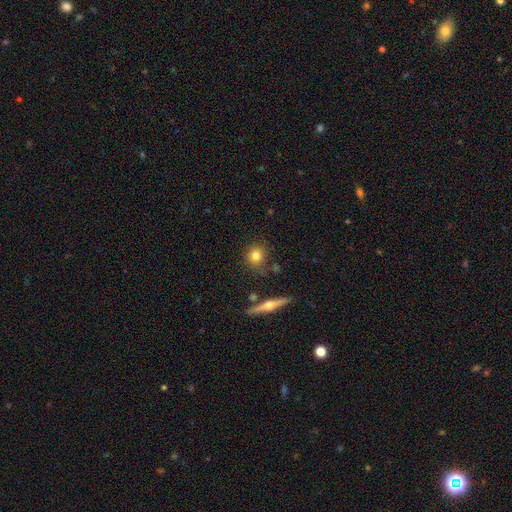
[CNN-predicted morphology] The model was most divided on "smooth or featured": smooth: 77%, featured or disk: 13%, star or artifact: 9%. More confident: how rounded — round (86%); merging — none (81%).